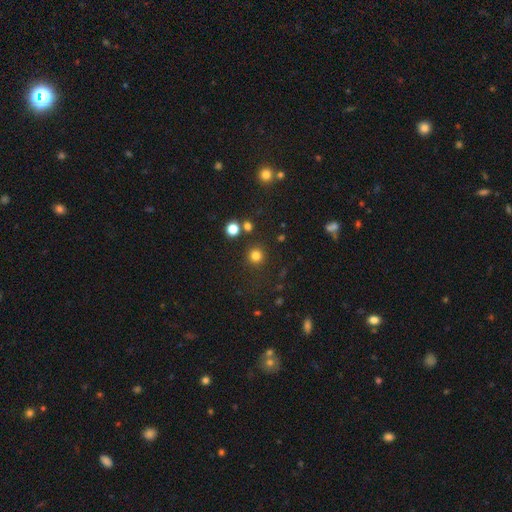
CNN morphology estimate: smooth-or-featured: smooth: 80% | star or artifact: 16% | featured or disk: 5%
  how-rounded: round: 94% | in between: 5% | cigar-shaped: 1%
  merging: none: 87% | minor disturbance: 6% | merger: 4% | major disturbance: 3%